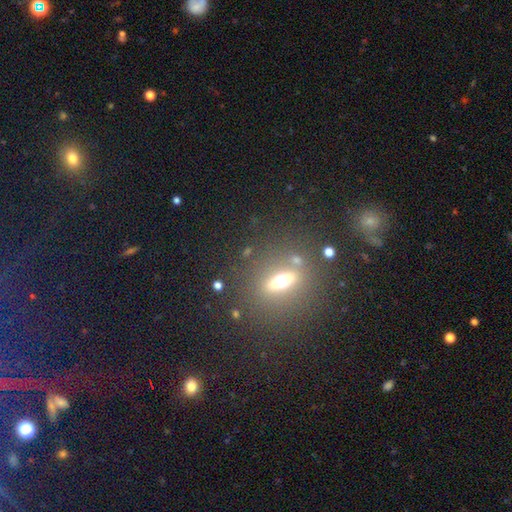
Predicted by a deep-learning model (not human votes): Smooth or featured: smooth — 39% (star or artifact — 36%)
Merging: none — 77% (minor disturbance — 9%)